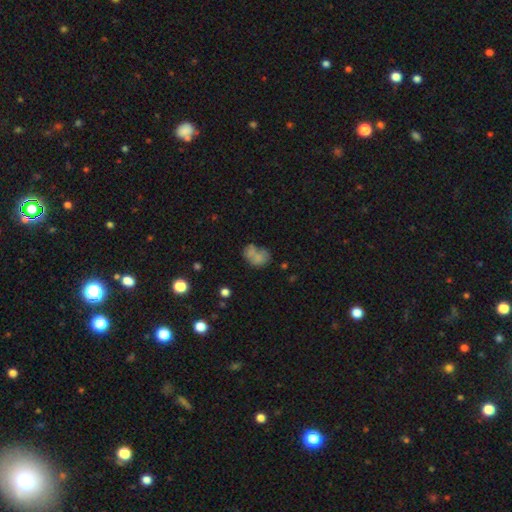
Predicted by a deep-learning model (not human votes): A smooth galaxy with no disk features (64%) that is in between round and cigar-shaped (61%).

Vote fractions:
- Smooth or featured? smooth: 64% / featured or disk: 23% / star or artifact: 12%
- How rounded? in between: 61% / round: 37% / cigar-shaped: 1%
- Merging? merger: 36% / none: 31% / minor disturbance: 19% / major disturbance: 14%